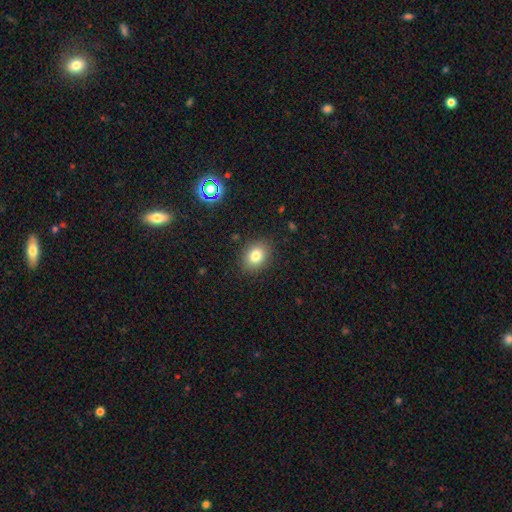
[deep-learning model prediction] A smooth galaxy with no disk features (81%) that is in between round and cigar-shaped (60%).

Vote fractions:
- Smooth or featured? smooth: 81% / star or artifact: 11% / featured or disk: 9%
- How rounded? in between: 60% / round: 39% / cigar-shaped: 1%
- Merging? none: 87% / minor disturbance: 9% / major disturbance: 3% / merger: 1%